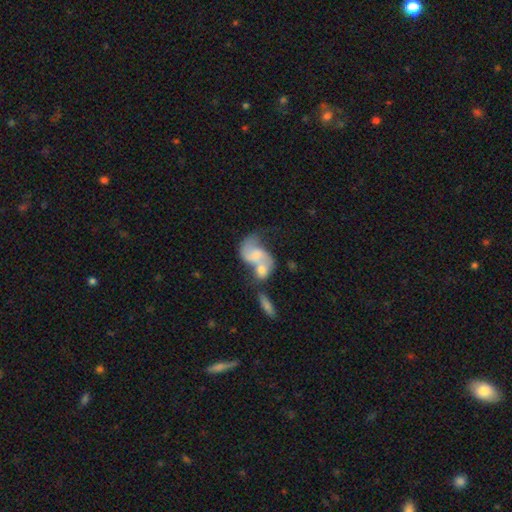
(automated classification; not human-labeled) Q: Smooth or featured?
A: featured or disk (61%); runner-up: smooth (31%)
Q: Edge-on disk?
A: no (96%); runner-up: yes (4%)
Q: Bar?
A: no (61%); runner-up: weak (32%)
Q: Spiral arms?
A: yes (79%); runner-up: no (21%)
Q: Bulge size?
A: none (32%); runner-up: small (31%)
Q: Merging?
A: merger (63%); runner-up: none (15%)